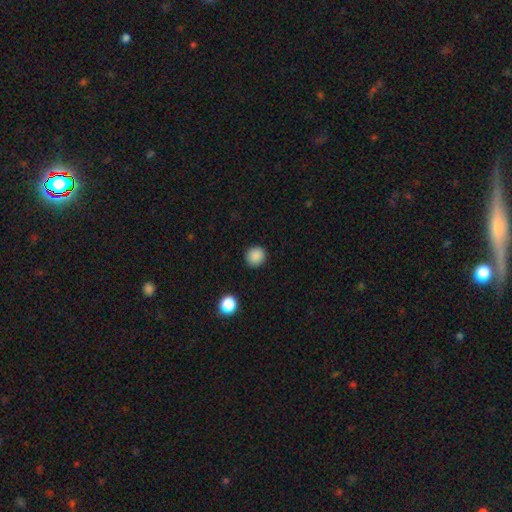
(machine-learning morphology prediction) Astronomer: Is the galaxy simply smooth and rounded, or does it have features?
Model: smooth — 87%.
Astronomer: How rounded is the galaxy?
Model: round — 90%.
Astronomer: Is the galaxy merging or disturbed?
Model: none — 90%.